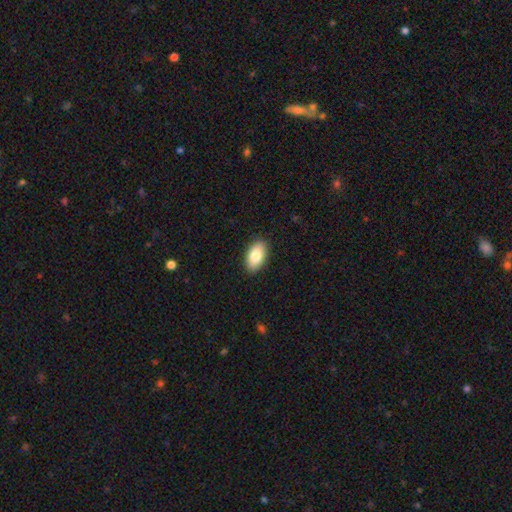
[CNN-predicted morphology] Overall: smooth (83%). How rounded: in between (94%). Merging: none (89%).